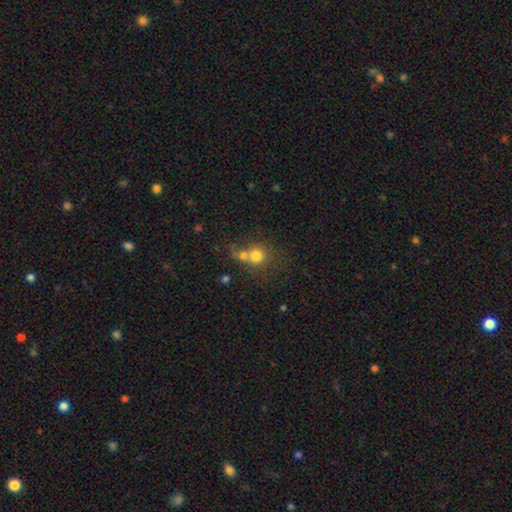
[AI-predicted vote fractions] Smooth or featured? Predicted: smooth (p=0.74). How rounded? Predicted: round (p=0.85). Merging? Predicted: merger (p=0.48).